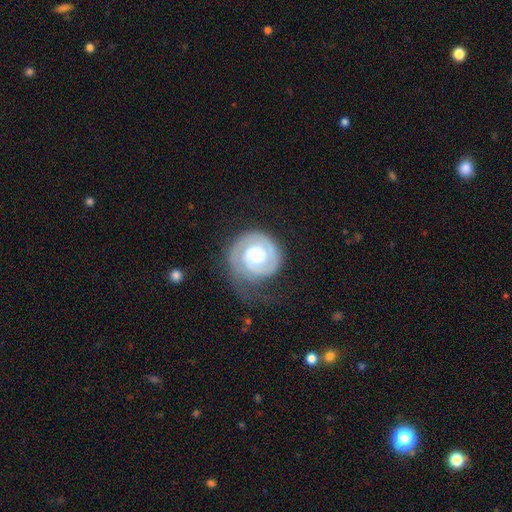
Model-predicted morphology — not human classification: Smooth or featured? Predicted: featured or disk (p=0.80). Edge-on disk? Predicted: no (p=0.98). Bar? Predicted: no (p=0.71). Spiral arms? Predicted: yes (p=0.93). Spiral winding? Predicted: tight (p=0.72). Spiral arm count? Predicted: 1 (p=0.59). Bulge size? Predicted: moderate (p=0.56). Merging? Predicted: none (p=0.53).